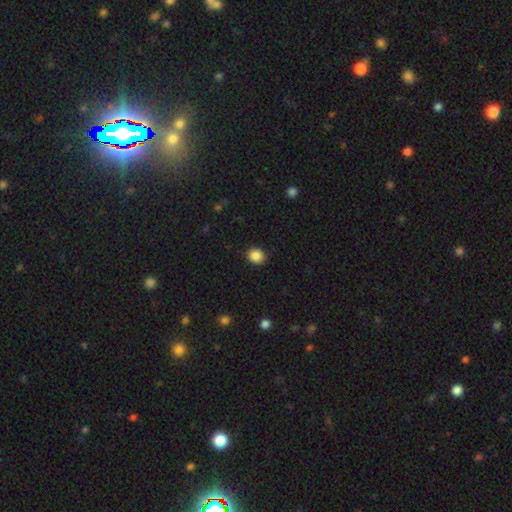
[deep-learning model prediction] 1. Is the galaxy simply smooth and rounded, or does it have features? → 87% smooth, 9% star or artifact, 3% featured or disk.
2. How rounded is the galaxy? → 72% round, 27% in between, 1% cigar-shaped.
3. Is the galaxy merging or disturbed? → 91% none, 6% minor disturbance, 2% major disturbance, 1% merger.